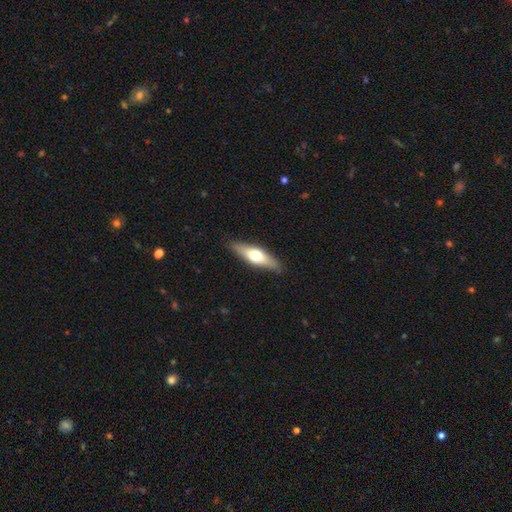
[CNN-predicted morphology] A featured or disk galaxy (47%, tied with smooth).

Vote fractions:
- Smooth or featured? featured or disk: 47% (tied) / smooth: 47% (tied) / star or artifact: 5%
- Merging? none: 87% / minor disturbance: 10% / major disturbance: 2% / merger: 1%